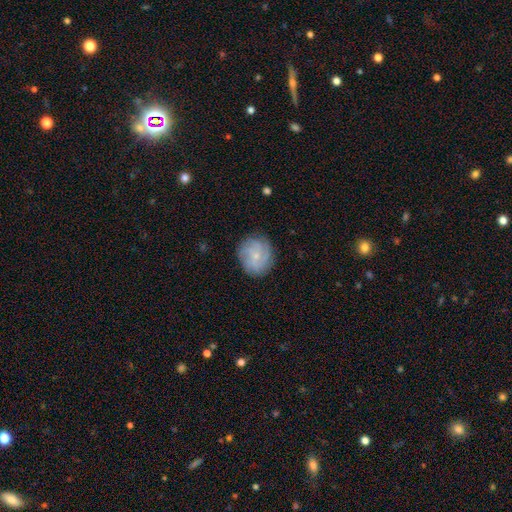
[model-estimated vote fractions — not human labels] featured or disk 62%, smooth 29%, star or artifact 9%. Down the decision tree: edge-on disk — no (98%); bar — no (71%); spiral arms — yes (92%); spiral arm count — can't tell (30%); spiral winding — tight (53%); bulge size — small (74%); merging — none (83%).